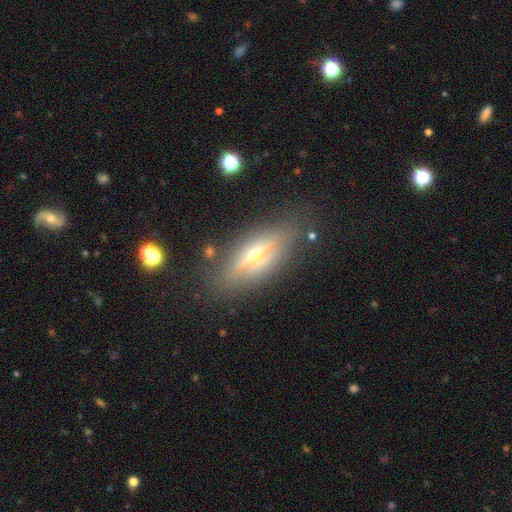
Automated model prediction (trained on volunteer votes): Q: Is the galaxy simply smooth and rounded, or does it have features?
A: featured or disk — 69%.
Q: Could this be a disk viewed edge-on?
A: yes — 88%.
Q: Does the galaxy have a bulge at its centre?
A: rounded — 92%.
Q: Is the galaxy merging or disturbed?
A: none — 82%.